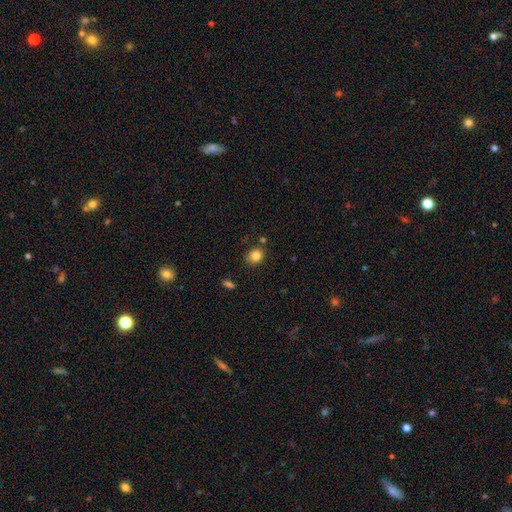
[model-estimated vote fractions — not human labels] This appears to be a smooth galaxy with no disk features (83%) that is round (71%). Merging: none (80%).